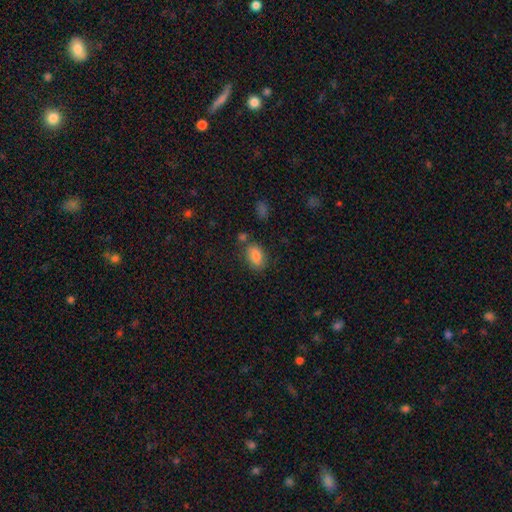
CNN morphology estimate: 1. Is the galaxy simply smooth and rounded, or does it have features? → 84% smooth, 8% star or artifact, 7% featured or disk.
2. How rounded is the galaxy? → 88% in between, 10% round, 2% cigar-shaped.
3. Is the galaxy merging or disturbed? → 70% none, 15% minor disturbance, 10% merger, 4% major disturbance.